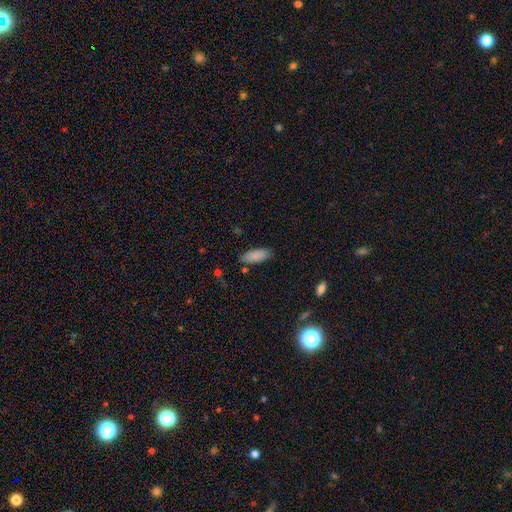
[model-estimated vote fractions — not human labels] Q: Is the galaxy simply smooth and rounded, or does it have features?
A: smooth — 87%.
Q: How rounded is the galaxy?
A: in between — 77%.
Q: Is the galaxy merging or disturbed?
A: none — 81%.